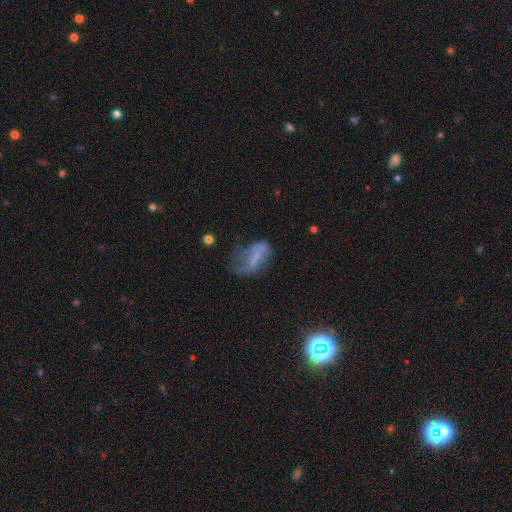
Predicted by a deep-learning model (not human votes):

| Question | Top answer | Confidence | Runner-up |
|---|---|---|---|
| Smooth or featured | featured or disk | 45% | smooth (41%) |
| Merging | major disturbance | 36% | none (33%) |